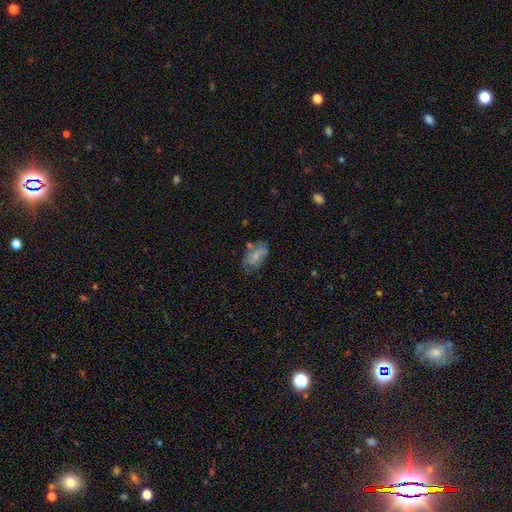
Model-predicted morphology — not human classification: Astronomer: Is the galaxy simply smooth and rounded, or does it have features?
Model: smooth — 60%.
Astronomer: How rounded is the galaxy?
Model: in between — 90%.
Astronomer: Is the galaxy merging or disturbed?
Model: none — 58%.